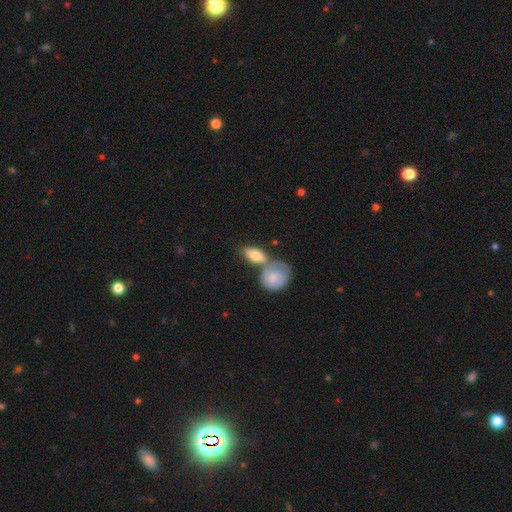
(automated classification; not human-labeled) A smooth galaxy with no disk features (80%) that is in between round and cigar-shaped (82%). Merging: merger (44%).